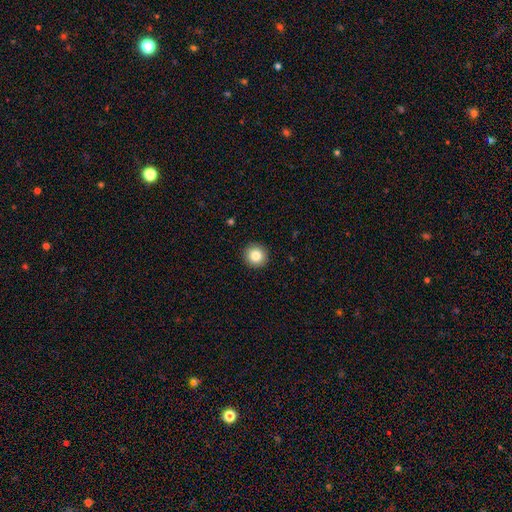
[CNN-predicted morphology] Overall: smooth (84%). How rounded: round (95%). Merging: none (93%).